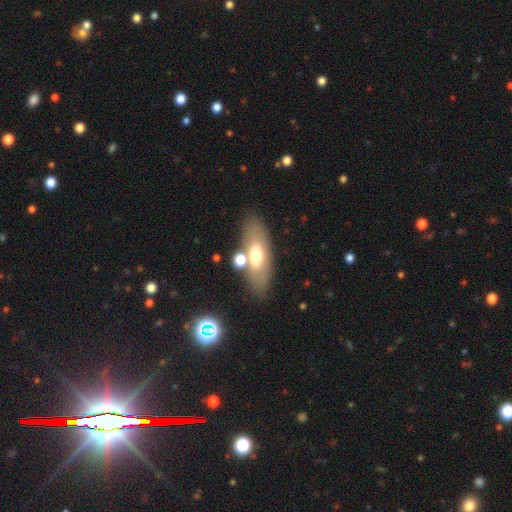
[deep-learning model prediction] Overall: smooth (60%; featured or disk 31%). How rounded: in between (76%). Merging: none (69%).